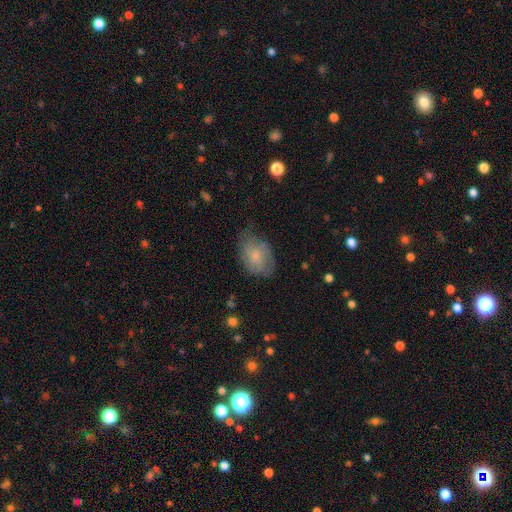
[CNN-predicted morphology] Smooth or featured?
  - smooth: 55% *
  - featured or disk: 37%
  - star or artifact: 7%
How rounded?
  - in between: 79% *
  - round: 20%
  - cigar-shaped: 1%
Merging?
  - none: 53% *
  - minor disturbance: 32%
  - major disturbance: 13%
  - merger: 2%